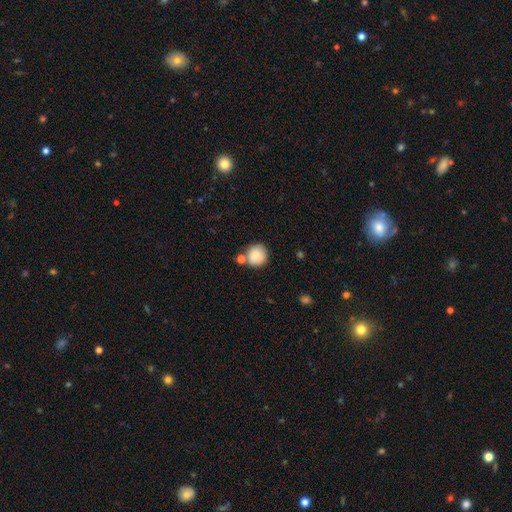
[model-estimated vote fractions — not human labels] Morphology: type=smooth (87%); roundness=round (92%); merging=none (69%).